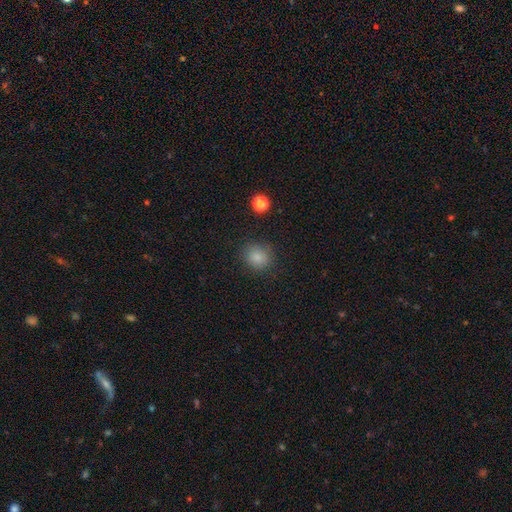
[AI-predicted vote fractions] Overall: smooth (83%). How rounded: round (80%). Merging: none (86%).